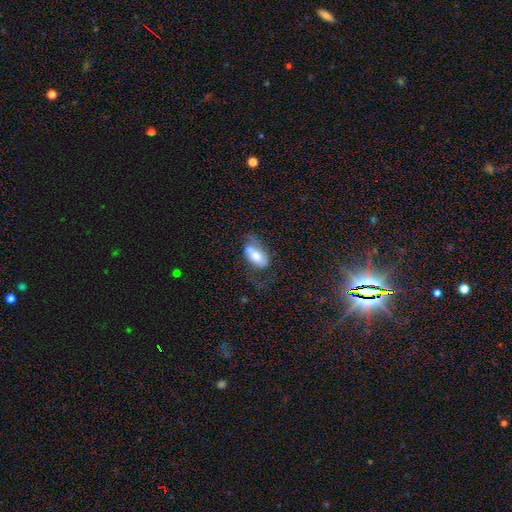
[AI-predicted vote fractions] smooth-or-featured: smooth: 61% | featured or disk: 31% | star or artifact: 8%
  how-rounded: in between: 89% | round: 7% | cigar-shaped: 4%
  merging: none: 31% | merger: 28% | minor disturbance: 24% | major disturbance: 17%